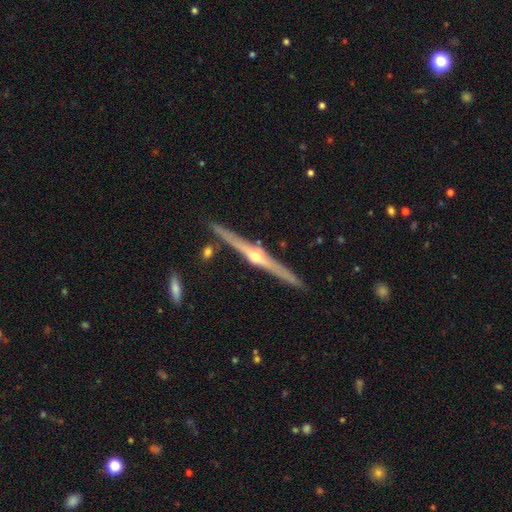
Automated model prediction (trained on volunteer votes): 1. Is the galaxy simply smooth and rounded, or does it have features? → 85% featured or disk, 10% smooth, 5% star or artifact.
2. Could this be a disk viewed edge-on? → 99% yes, 1% no.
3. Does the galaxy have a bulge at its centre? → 94% rounded, 3% none, 3% boxy.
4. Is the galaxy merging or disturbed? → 90% none, 7% minor disturbance, 2% merger, 1% major disturbance.